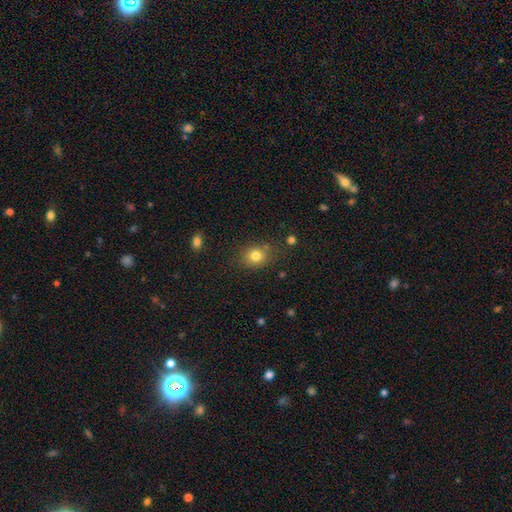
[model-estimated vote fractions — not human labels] Overall: smooth (80%). How rounded: round (70%). Merging: none (75%).